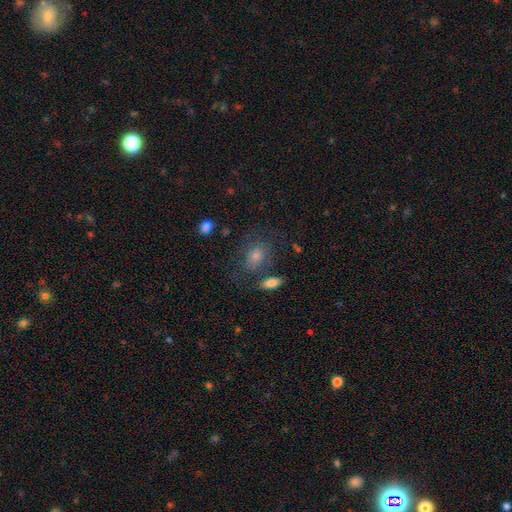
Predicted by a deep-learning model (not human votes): This appears to be a smooth galaxy with no disk features (61%) that is in between round and cigar-shaped (63%). Merging: none (61%).